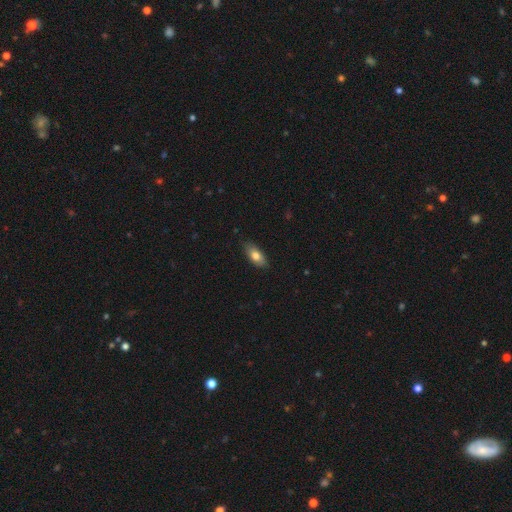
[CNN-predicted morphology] This appears to be a smooth galaxy with no disk features (77%) that is in between round and cigar-shaped (84%). Merging: none (84%).